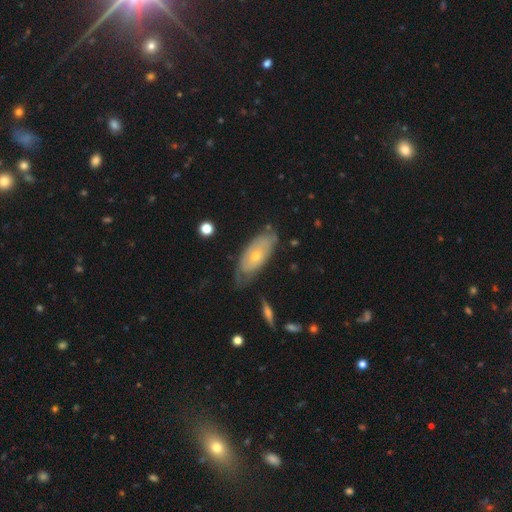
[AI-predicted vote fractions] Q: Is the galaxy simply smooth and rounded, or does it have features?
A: featured or disk — 52%.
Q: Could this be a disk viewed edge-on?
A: no — 81%.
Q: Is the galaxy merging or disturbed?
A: none — 62%.